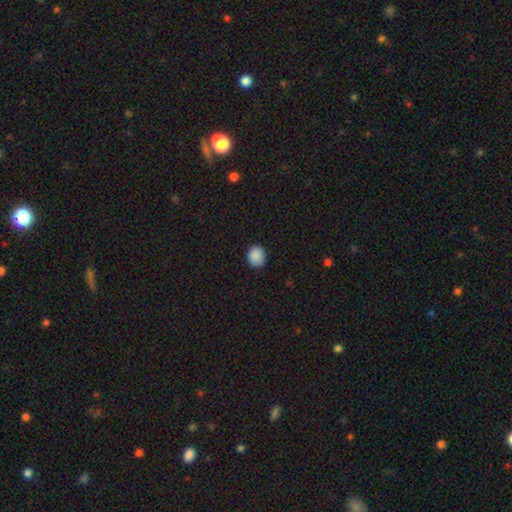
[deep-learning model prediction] The model was most divided on "how rounded": round: 73%, in between: 26%, cigar-shaped: 1%. More confident: smooth or featured — smooth (89%); merging — none (88%).